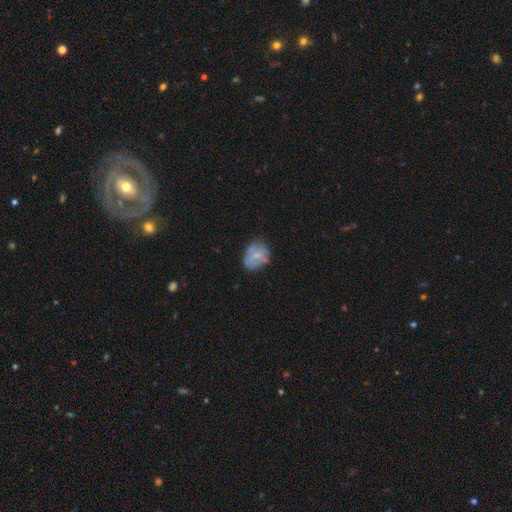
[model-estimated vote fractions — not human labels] The model was most divided on "how rounded": in between: 59%, round: 40%, cigar-shaped: 1%. More confident: smooth or featured — smooth (59%); merging — none (58%).